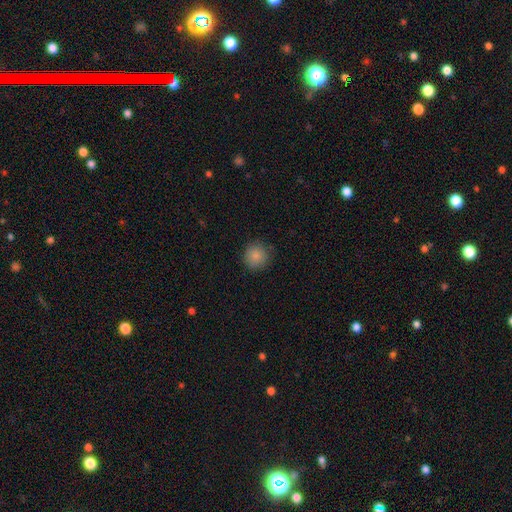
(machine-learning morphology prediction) This appears to be a smooth galaxy with no disk features (85%) that is round (93%). Merging: none (86%).